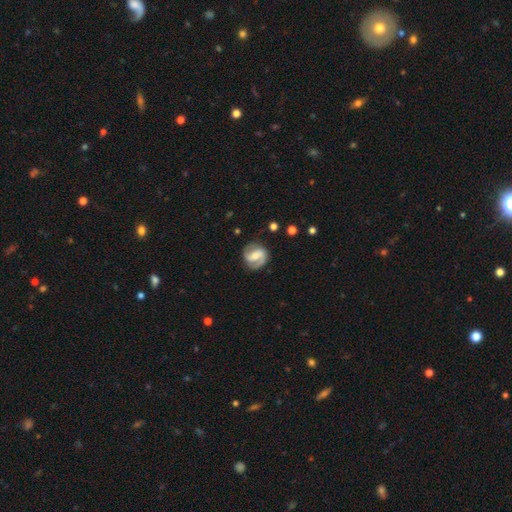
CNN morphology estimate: Smooth or featured? featured or disk (79%)
Edge-on disk? no (98%)
Bar? weak (44%)
Spiral arms? yes (93%)
Spiral winding? medium (47%)
Spiral arm count? 2 (85%)
Bulge size? moderate (48%)
Merging? none (78%)